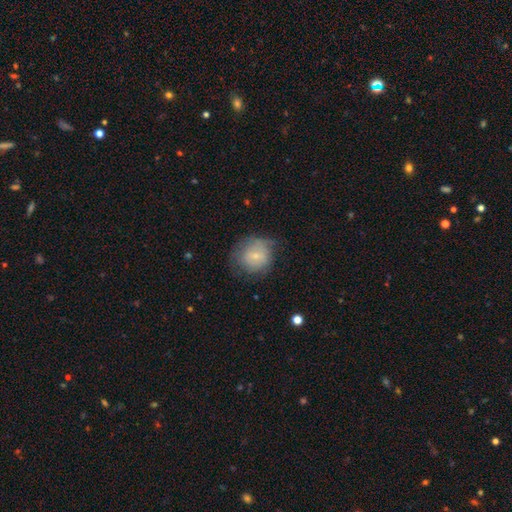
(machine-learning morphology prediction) Smooth or featured: smooth — 62% (featured or disk — 30%)
How rounded: round — 80% (in between — 19%)
Merging: none — 58% (minor disturbance — 27%)